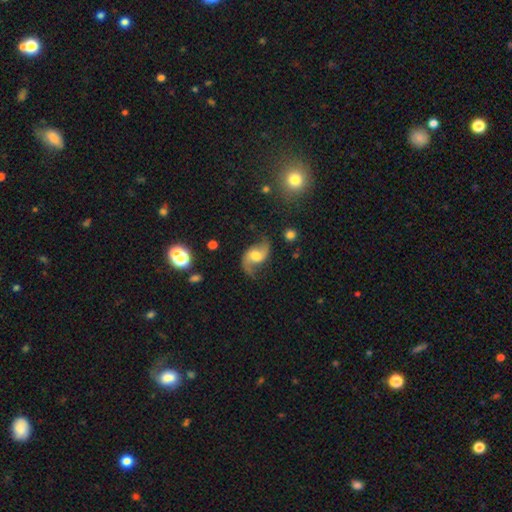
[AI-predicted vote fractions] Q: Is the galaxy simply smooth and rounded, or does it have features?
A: featured or disk — 85%.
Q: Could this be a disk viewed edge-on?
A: no — 97%.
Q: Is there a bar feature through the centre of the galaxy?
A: no — 57%.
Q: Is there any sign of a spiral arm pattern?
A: yes — 96%.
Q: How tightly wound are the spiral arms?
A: loose — 70%.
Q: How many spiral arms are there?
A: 2 — 93%.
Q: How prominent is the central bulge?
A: moderate — 61%.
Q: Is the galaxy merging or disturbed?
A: none — 74%.